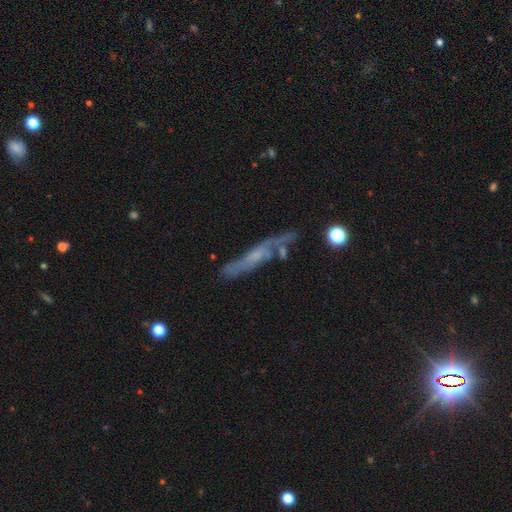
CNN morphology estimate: Smooth or featured? featured or disk (65%)
Edge-on disk? yes (57%)
Merging? none (60%)